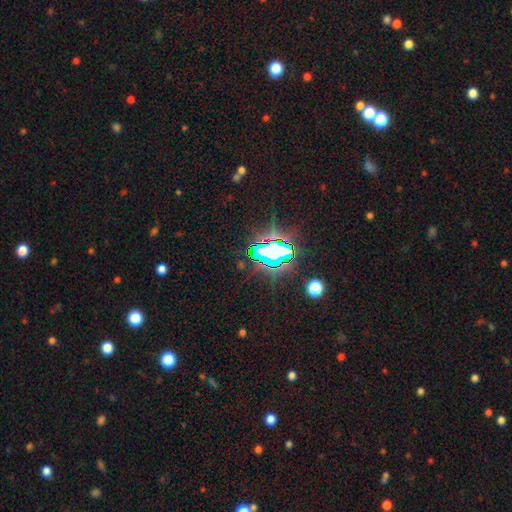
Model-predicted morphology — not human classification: Smooth or featured? star or artifact (83%)